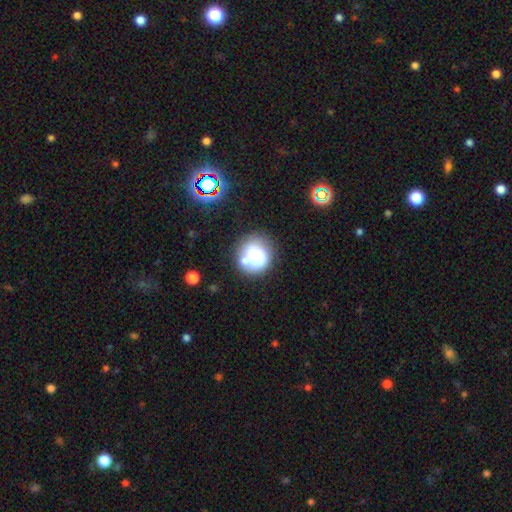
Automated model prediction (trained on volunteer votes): Smooth or featured? smooth (66%)
How rounded? round (83%)
Merging? none (52%)